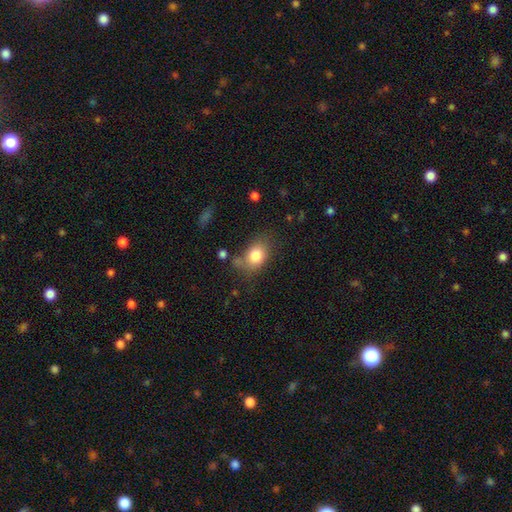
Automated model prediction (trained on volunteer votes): A smooth galaxy with no disk features (81%) that is in between round and cigar-shaped (69%).

Vote fractions:
- Smooth or featured? smooth: 81% / featured or disk: 10% / star or artifact: 9%
- How rounded? in between: 69% / round: 29% / cigar-shaped: 1%
- Merging? none: 60% / minor disturbance: 24% / major disturbance: 9% / merger: 7%